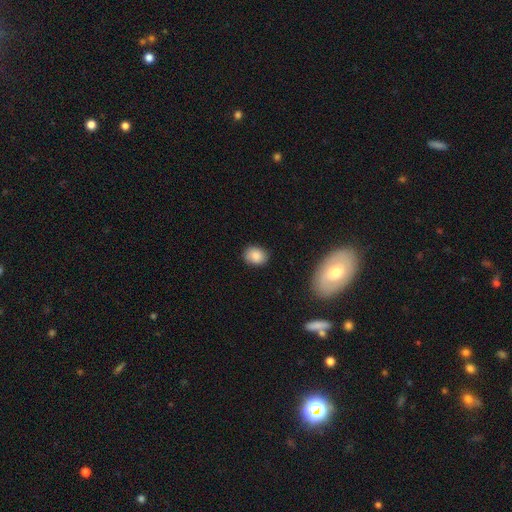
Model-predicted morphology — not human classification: Overall: smooth (84%). How rounded: in between (53%; round 46%). Merging: none (84%).